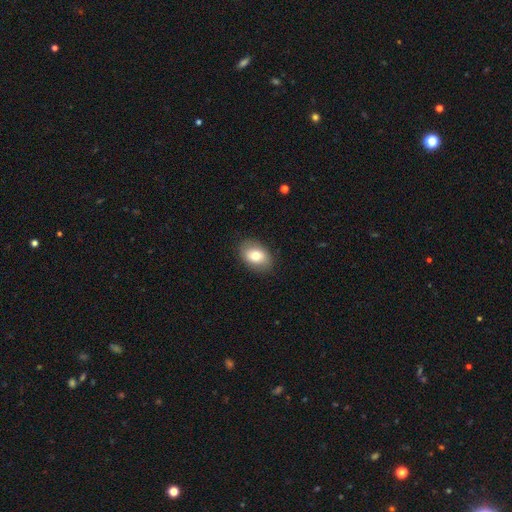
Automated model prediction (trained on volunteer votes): The model was most divided on "smooth or featured": smooth: 77%, featured or disk: 15%, star or artifact: 8%. More confident: merging — none (87%); how rounded — in between (81%).